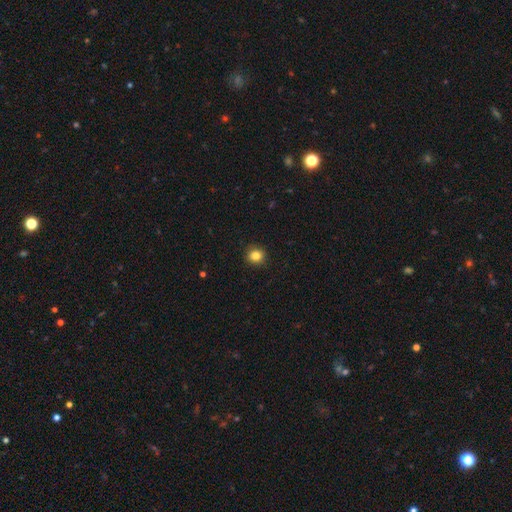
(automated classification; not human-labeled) Smooth or featured?
  - smooth: 84% *
  - star or artifact: 11%
  - featured or disk: 5%
How rounded?
  - round: 89% *
  - in between: 10%
  - cigar-shaped: 1%
Merging?
  - none: 92% *
  - minor disturbance: 6%
  - major disturbance: 2%
  - merger: 1%